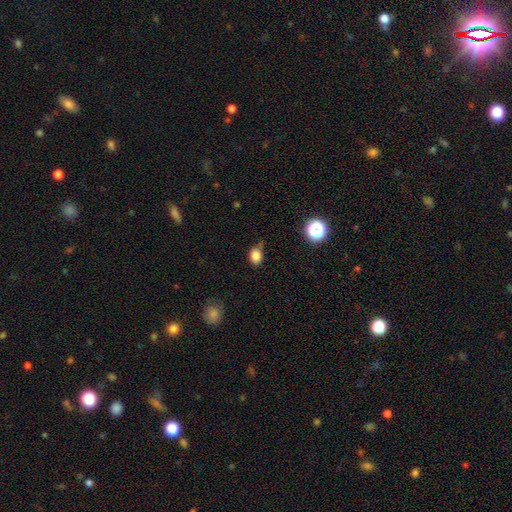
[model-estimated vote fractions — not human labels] Smooth or featured?
  - smooth: 82% *
  - star or artifact: 12%
  - featured or disk: 6%
How rounded?
  - in between: 61% *
  - round: 38%
  - cigar-shaped: 1%
Merging?
  - none: 63% *
  - minor disturbance: 28%
  - major disturbance: 6%
  - merger: 3%